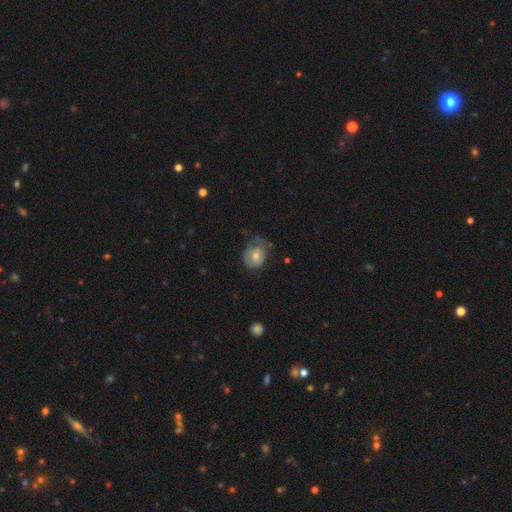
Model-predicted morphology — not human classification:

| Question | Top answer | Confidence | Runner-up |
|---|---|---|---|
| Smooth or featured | featured or disk | 50% | smooth (42%) |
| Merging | none | 53% | minor disturbance (28%) |